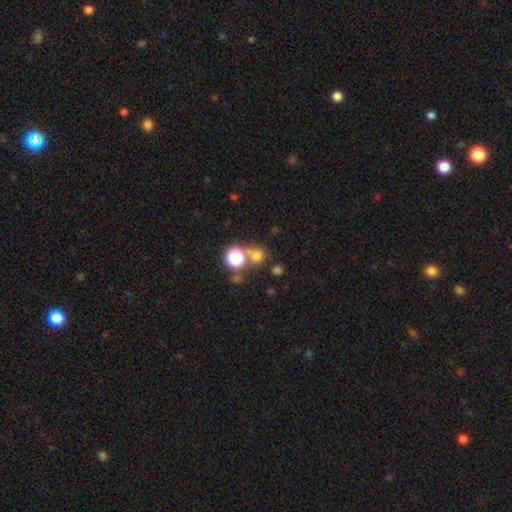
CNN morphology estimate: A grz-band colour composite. It shows a smooth galaxy with no disk features (66%) that is round (88%). Merging: none (62%).